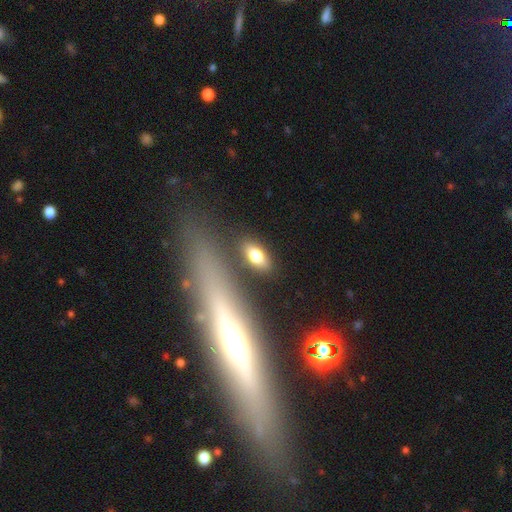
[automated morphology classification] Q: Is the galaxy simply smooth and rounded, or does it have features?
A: smooth — 75%.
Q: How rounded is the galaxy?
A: in between — 86%.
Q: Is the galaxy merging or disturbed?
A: none — 81%.